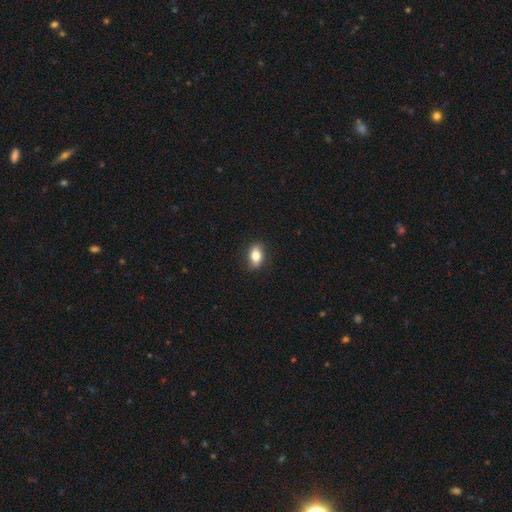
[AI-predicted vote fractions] Smooth or featured: smooth — 81% (featured or disk — 11%)
How rounded: in between — 82% (round — 15%)
Merging: none — 86% (minor disturbance — 11%)